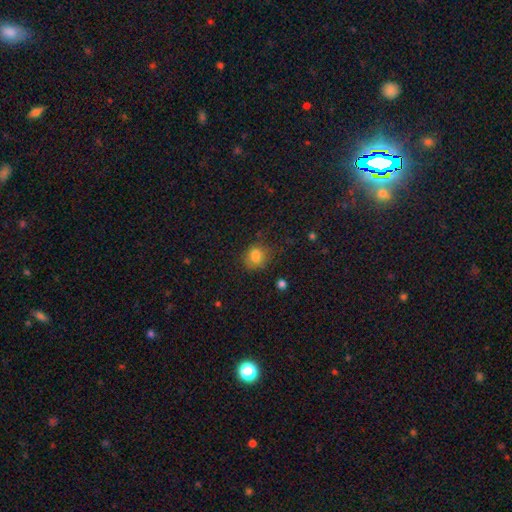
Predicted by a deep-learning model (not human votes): smooth-or-featured: smooth: 81% | star or artifact: 11% | featured or disk: 8%
  how-rounded: round: 60% | in between: 39% | cigar-shaped: 1%
  merging: none: 65% | minor disturbance: 22% | major disturbance: 9% | merger: 4%